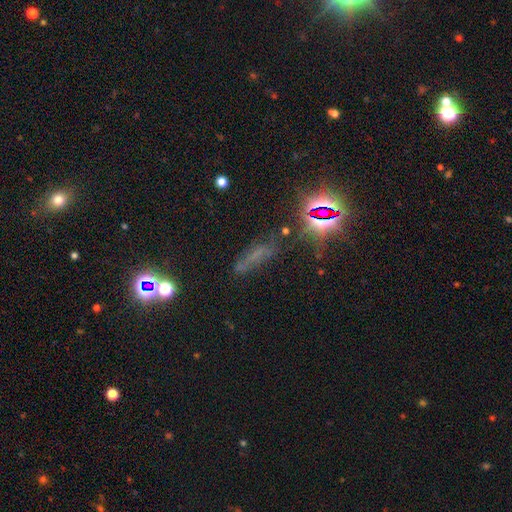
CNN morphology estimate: type=star or artifact (46%).